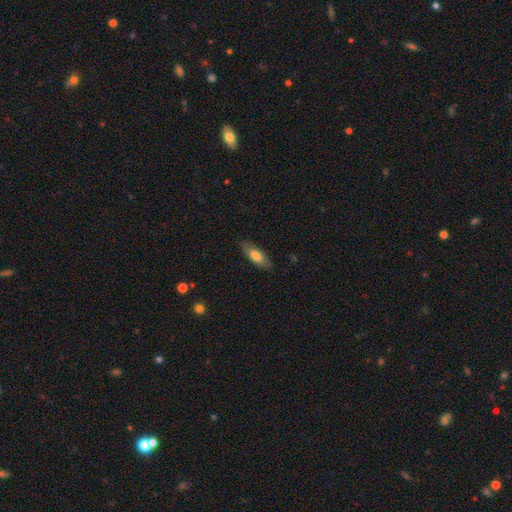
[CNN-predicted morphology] A smooth galaxy with no disk features (70%) that is in between round and cigar-shaped (69%). Merging: none (85%).